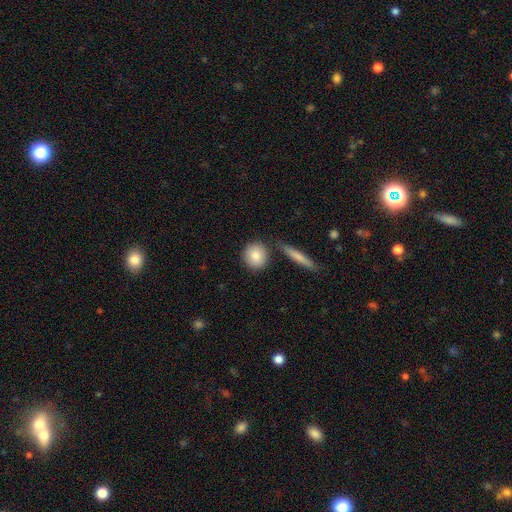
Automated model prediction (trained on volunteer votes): Smooth or featured? Predicted: smooth (p=0.84). How rounded? Predicted: round (p=0.85). Merging? Predicted: none (p=0.80).